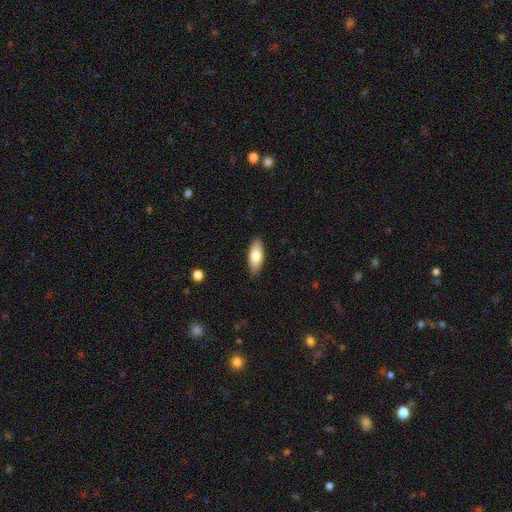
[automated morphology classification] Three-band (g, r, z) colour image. It shows a smooth galaxy with no disk features (77%) that is in between round and cigar-shaped (74%). Merging: none (88%).